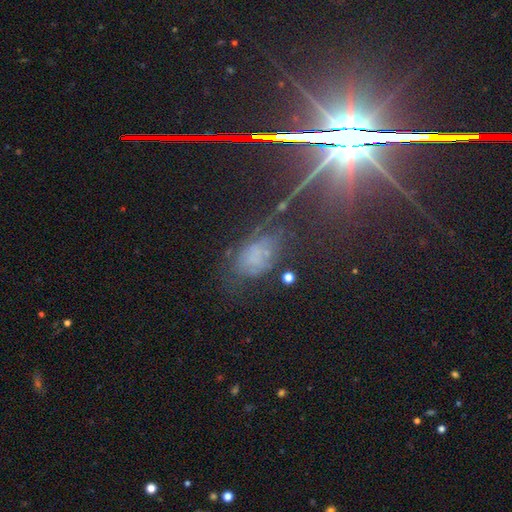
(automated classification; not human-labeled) smooth-or-featured: star or artifact: 43% | smooth: 29% | featured or disk: 27%